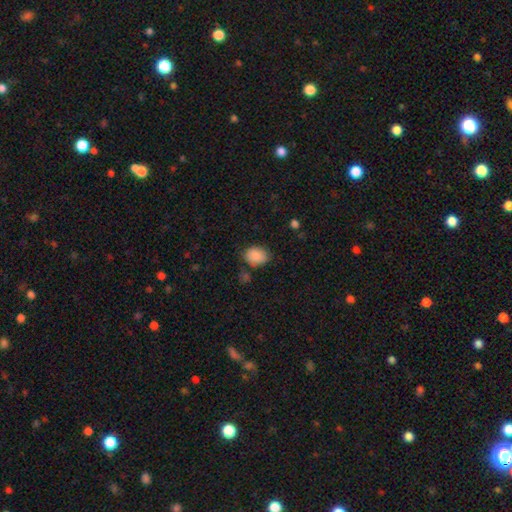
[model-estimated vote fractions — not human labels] Overall: smooth (88%). How rounded: in between (64%; round 35%). Merging: none (75%).